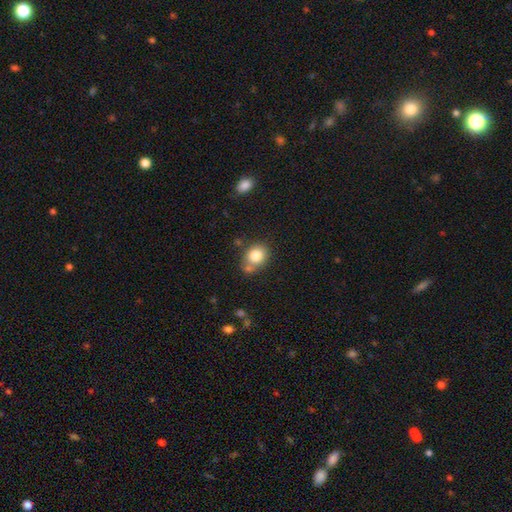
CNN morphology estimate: smooth_or_featured: smooth (p=0.81) [alt: star or artifact p=0.10]
how_rounded: round (p=0.64) [alt: in between p=0.35]
merging: none (p=0.63) [alt: merger p=0.17]